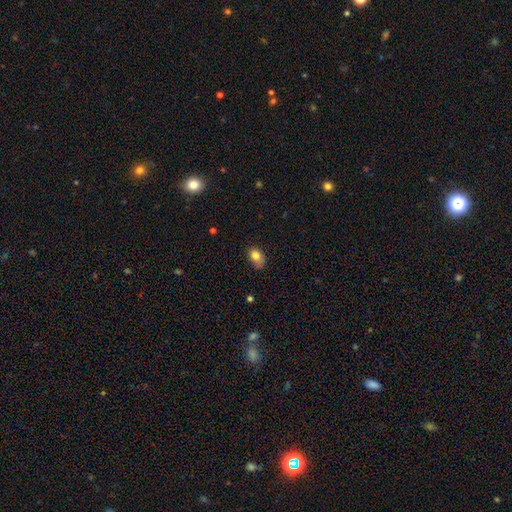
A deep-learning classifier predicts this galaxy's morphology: Q: Smooth or featured?
A: smooth (80%); runner-up: featured or disk (11%)
Q: How rounded?
A: in between (81%); runner-up: round (17%)
Q: Merging?
A: none (54%); runner-up: minor disturbance (34%)